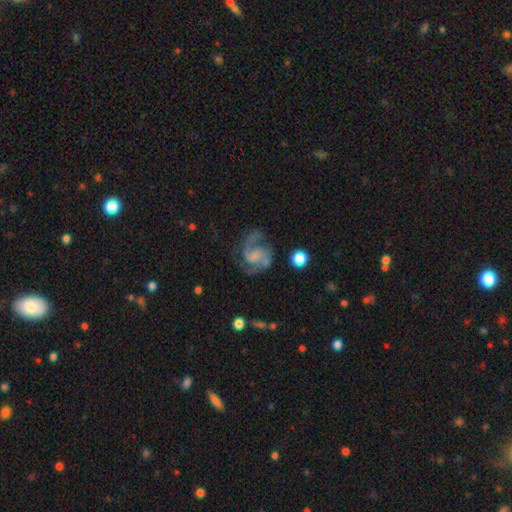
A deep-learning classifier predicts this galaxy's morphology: A featured or disk galaxy (82%) with a weak bar (46%), 2 (81%) medium (55%) spiral arms (95%) and no central bulge (50%). Merging: none (61%).